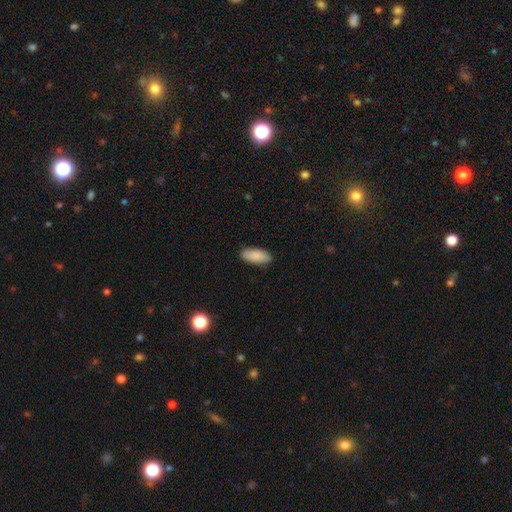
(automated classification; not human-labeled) This is clearly a smooth galaxy (89%). How rounded: clearly in between (85%). Merging: clearly none (88%).